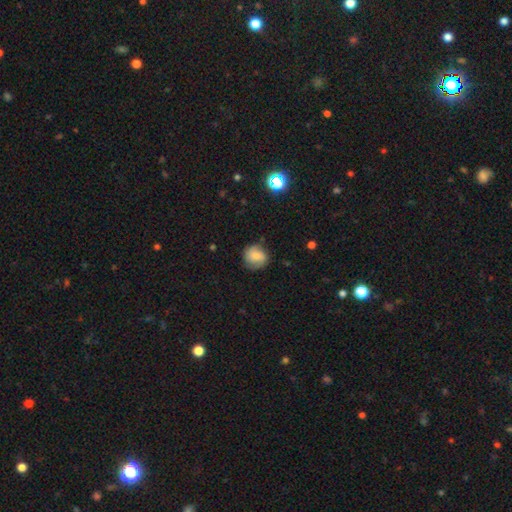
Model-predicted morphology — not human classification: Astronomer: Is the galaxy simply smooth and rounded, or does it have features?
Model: smooth — 54% (runner-up: featured or disk, 37%).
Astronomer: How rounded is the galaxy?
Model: round — 82%.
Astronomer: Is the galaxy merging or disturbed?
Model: none — 73%.